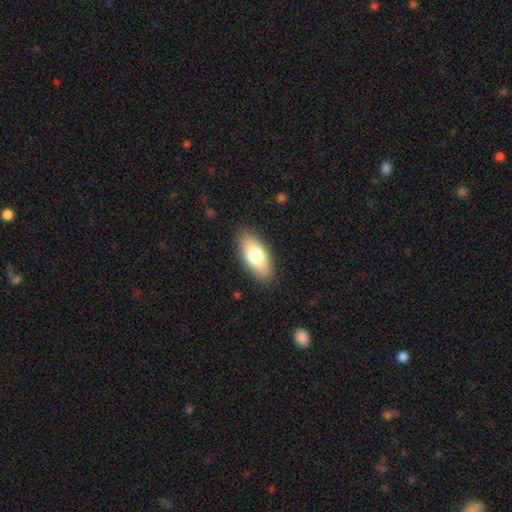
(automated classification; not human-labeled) A smooth galaxy with no disk features (73%) that is in between round and cigar-shaped (88%). Merging: none (87%).